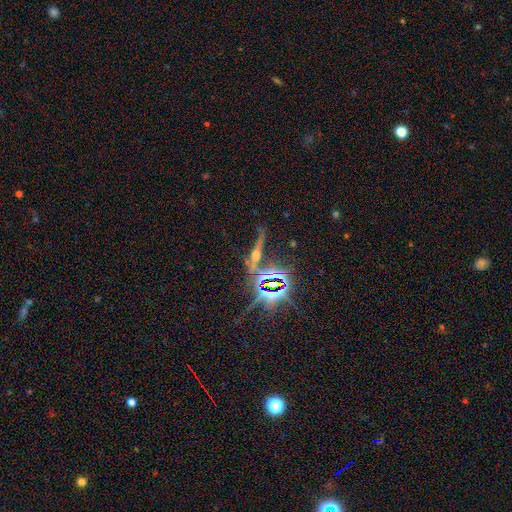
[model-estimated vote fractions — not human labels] A star or artifact, not a galaxy (51%).

Vote fractions:
- Smooth or featured? star or artifact: 51% / featured or disk: 32% / smooth: 17%